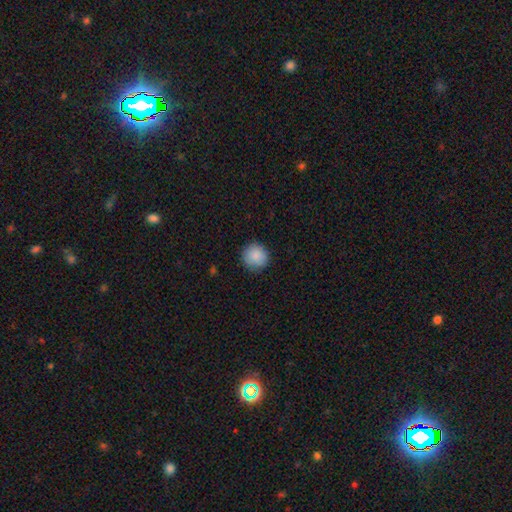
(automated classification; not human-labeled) Q: Smooth or featured?
A: smooth (87%); runner-up: star or artifact (8%)
Q: How rounded?
A: round (93%); runner-up: in between (6%)
Q: Merging?
A: none (87%); runner-up: minor disturbance (10%)